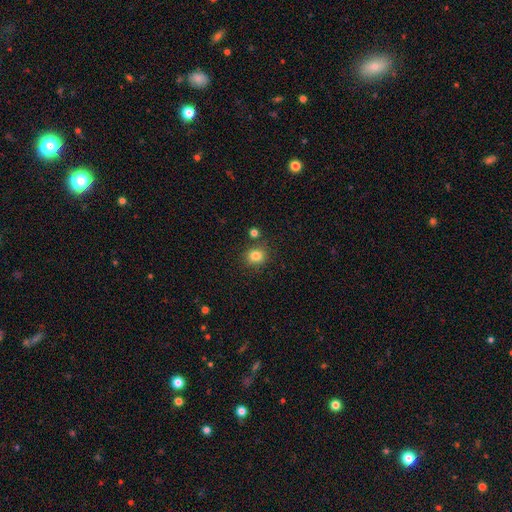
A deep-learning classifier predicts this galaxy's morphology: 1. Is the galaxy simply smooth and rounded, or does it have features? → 82% smooth, 12% star or artifact, 6% featured or disk.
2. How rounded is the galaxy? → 79% round, 20% in between, 1% cigar-shaped.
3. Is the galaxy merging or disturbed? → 82% none, 9% minor disturbance, 6% merger, 3% major disturbance.